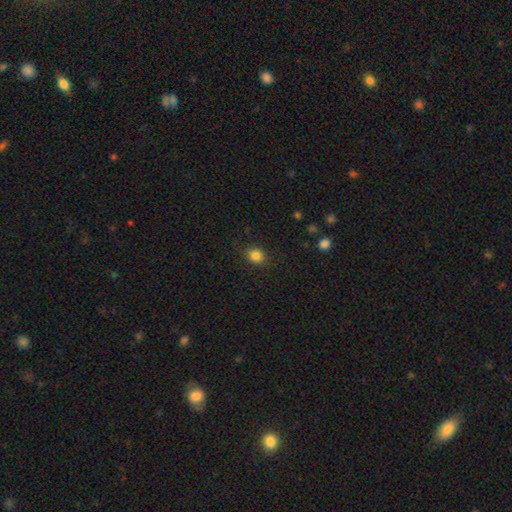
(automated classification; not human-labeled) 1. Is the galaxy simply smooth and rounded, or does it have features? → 84% smooth, 11% star or artifact, 5% featured or disk.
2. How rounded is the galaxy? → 67% round, 32% in between, 1% cigar-shaped.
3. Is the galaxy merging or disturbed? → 87% none, 9% minor disturbance, 3% major disturbance, 1% merger.